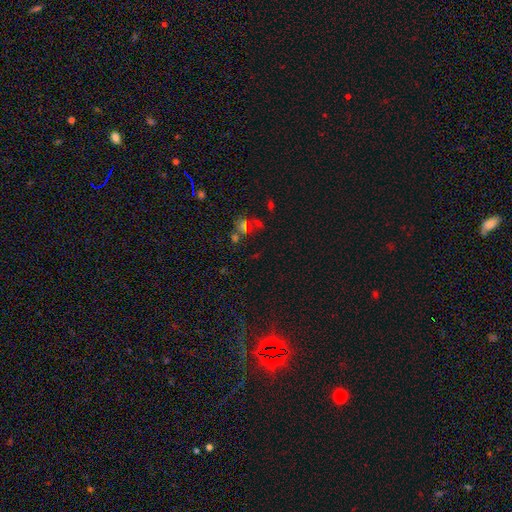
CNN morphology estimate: Smooth or featured: star or artifact — 52% (smooth — 36%)